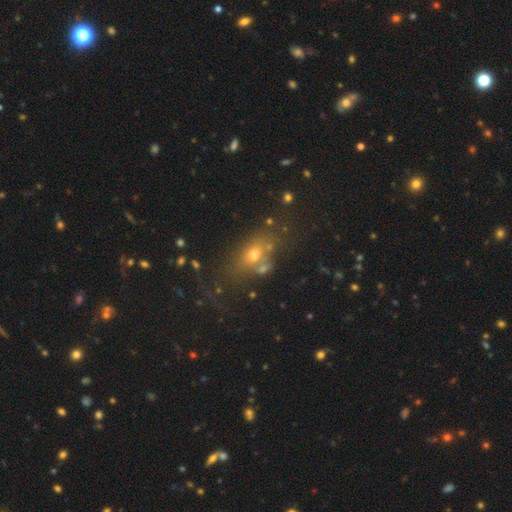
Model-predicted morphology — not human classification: This appears to be a smooth galaxy with no disk features (57%) that is in between round and cigar-shaped (58%). Merging: none (61%).